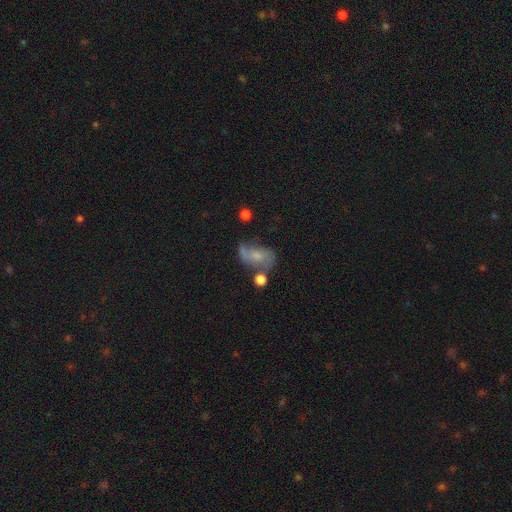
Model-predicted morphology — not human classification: type=featured or disk (58%); edge-on=no (96%); bar=no (58%); spiral arms=yes (79%); bulge=small (43%); merging=none (40%).